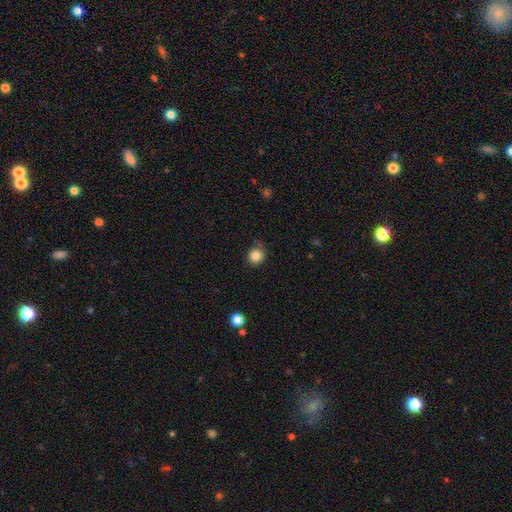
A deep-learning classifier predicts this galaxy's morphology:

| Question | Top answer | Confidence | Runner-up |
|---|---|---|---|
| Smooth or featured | smooth | 85% | star or artifact (11%) |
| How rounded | round | 92% | in between (7%) |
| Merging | none | 82% | minor disturbance (13%) |